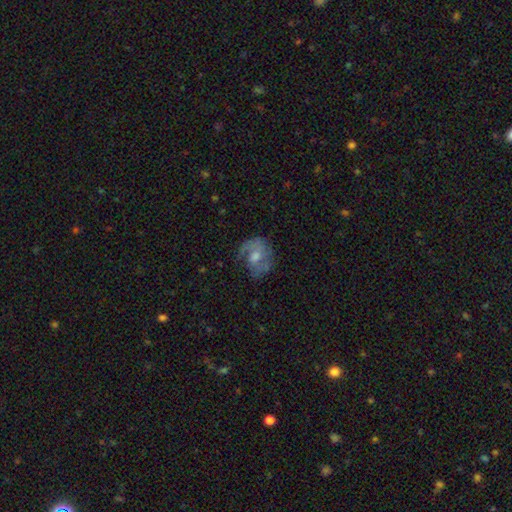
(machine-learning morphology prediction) A featured or disk galaxy (68%) with no bar (54%), 2 (54%) medium (46%) spiral arms (85%) and a moderate central bulge (61%). Merging: none (63%).